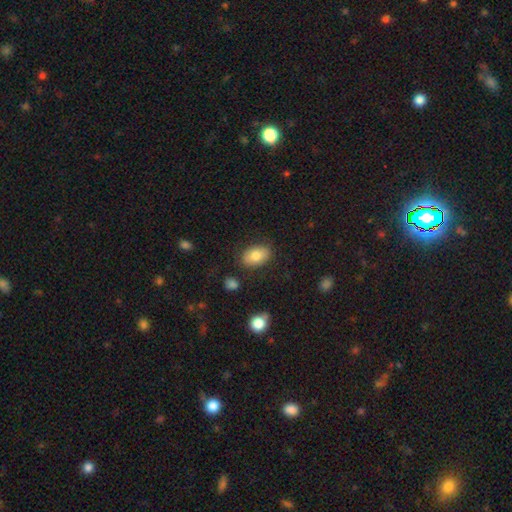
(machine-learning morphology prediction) smooth 80%, featured or disk 12%, star or artifact 7%. Down the decision tree: how rounded — in between (87%); merging — none (83%).